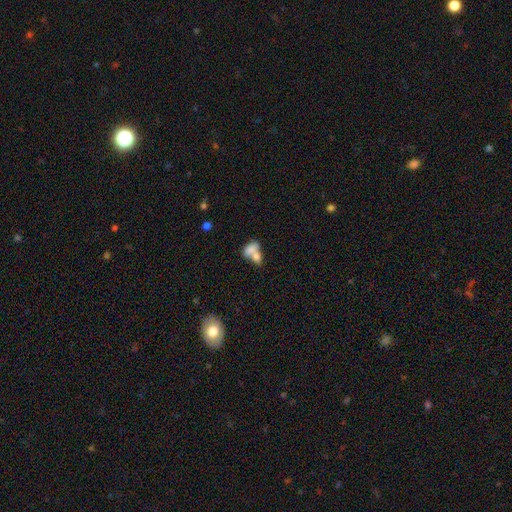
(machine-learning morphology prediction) A smooth galaxy with no disk features (74%) that is in between round and cigar-shaped (82%). Merging: merger (71%).